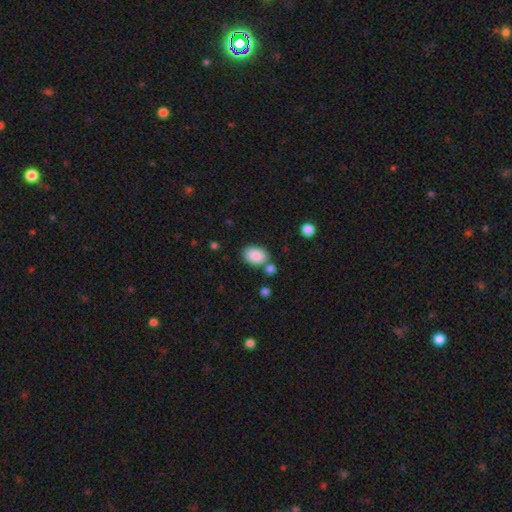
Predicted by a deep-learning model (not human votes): smooth_or_featured: smooth (p=0.88) [alt: star or artifact p=0.08]
how_rounded: in between (p=0.82) [alt: round p=0.17]
merging: none (p=0.71) [alt: minor disturbance p=0.14]